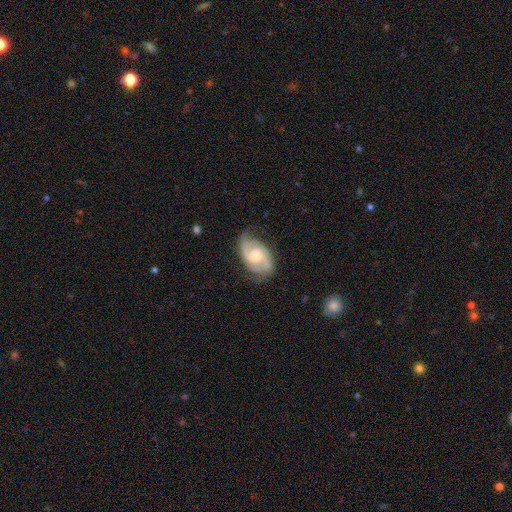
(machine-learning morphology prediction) The model was most divided on "spiral winding": medium: 48%, tight: 39%, loose: 14%. More confident: edge-on disk — no (97%); spiral arms — yes (97%); spiral arm count — 2 (86%); smooth or featured — featured or disk (86%); merging — none (72%); bulge size — moderate (64%); bar — no (57%).